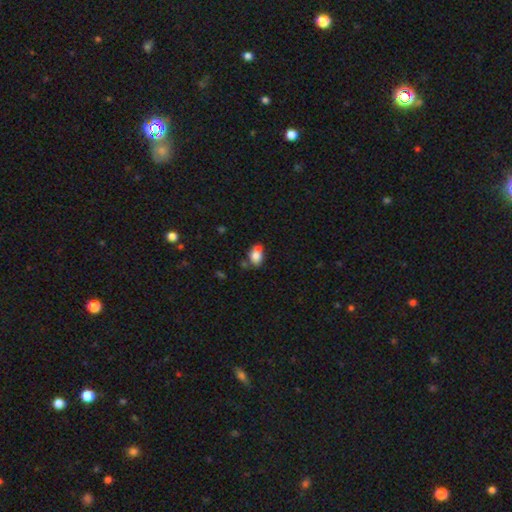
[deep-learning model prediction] Q: Smooth or featured?
A: smooth (78%); runner-up: featured or disk (13%)
Q: How rounded?
A: in between (69%); runner-up: round (30%)
Q: Merging?
A: none (47%); runner-up: merger (28%)